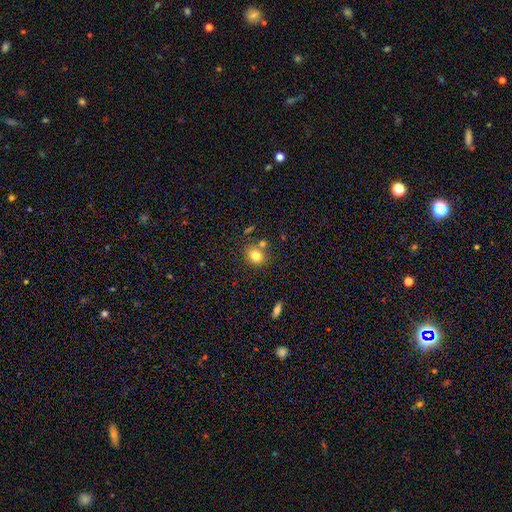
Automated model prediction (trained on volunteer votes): smooth 79%, star or artifact 12%, featured or disk 9%. Down the decision tree: how rounded — round (66%); merging — none (71%).